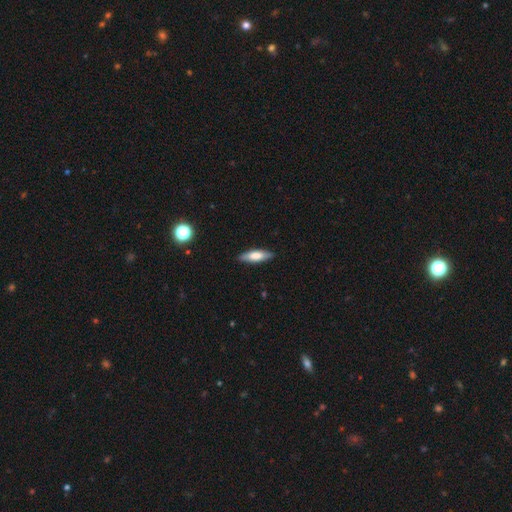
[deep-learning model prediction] Smooth or featured? Predicted: smooth (p=0.65). How rounded? Predicted: cigar-shaped (p=0.54). Merging? Predicted: none (p=0.86).